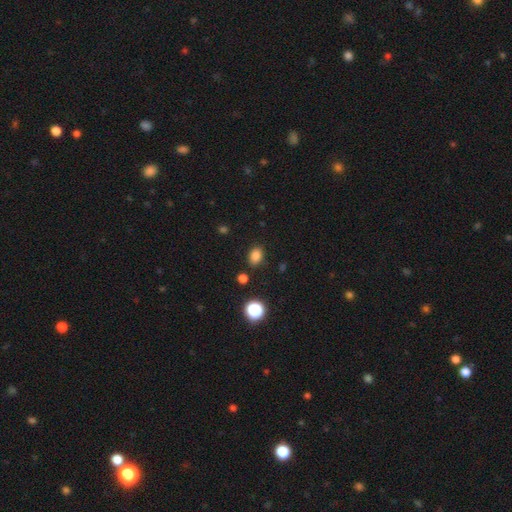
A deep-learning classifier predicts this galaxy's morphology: A smooth galaxy with no disk features (81%) that is in between round and cigar-shaped (70%).

Vote fractions:
- Smooth or featured? smooth: 81% / star or artifact: 14% / featured or disk: 5%
- How rounded? in between: 70% / round: 28% / cigar-shaped: 1%
- Merging? none: 84% / minor disturbance: 10% / major disturbance: 3% / merger: 3%